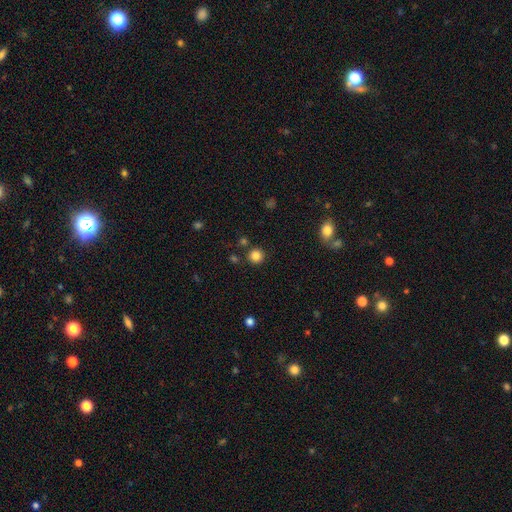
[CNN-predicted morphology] A smooth galaxy with no disk features (84%) that is round (94%).

Vote fractions:
- Smooth or featured? smooth: 84% / star or artifact: 12% / featured or disk: 4%
- How rounded? round: 94% / in between: 5% / cigar-shaped: 1%
- Merging? none: 87% / minor disturbance: 6% / merger: 4% / major disturbance: 2%